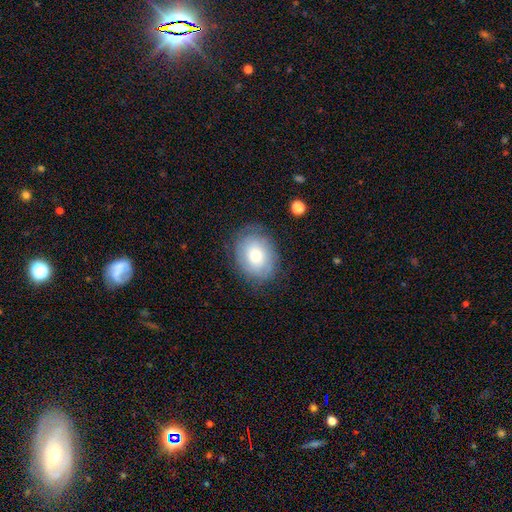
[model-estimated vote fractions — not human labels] Morphology: type=smooth (60%); roundness=in between (55%); merging=none (75%).